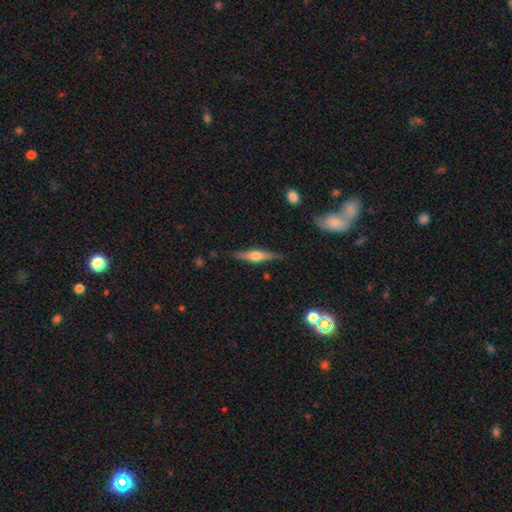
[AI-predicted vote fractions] Smooth or featured: featured or disk — 67% (smooth — 27%)
Edge-on disk: yes — 96% (no — 4%)
Edge-on bulge: rounded — 89% (boxy — 8%)
Merging: none — 86% (minor disturbance — 11%)